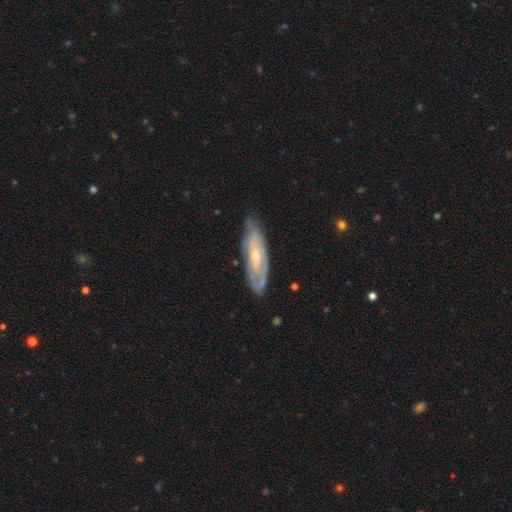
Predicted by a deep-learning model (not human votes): This appears to be a featured or disk galaxy (69%) with no bar (60%), spiral arms (76%) and a small central bulge (66%). Merging: none (69%).